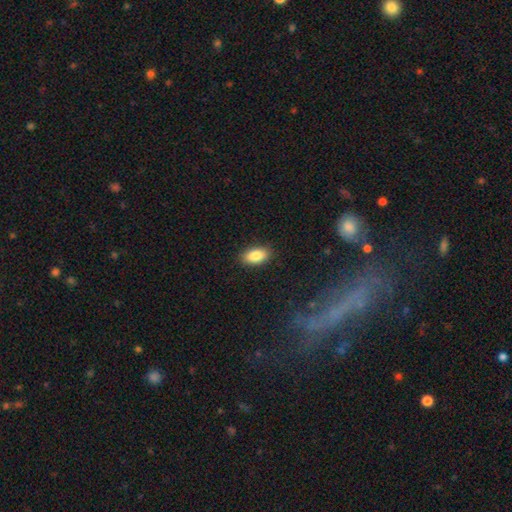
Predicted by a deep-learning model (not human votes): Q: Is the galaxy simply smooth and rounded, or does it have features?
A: smooth — 86%.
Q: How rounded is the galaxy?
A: in between — 92%.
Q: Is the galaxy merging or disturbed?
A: none — 88%.